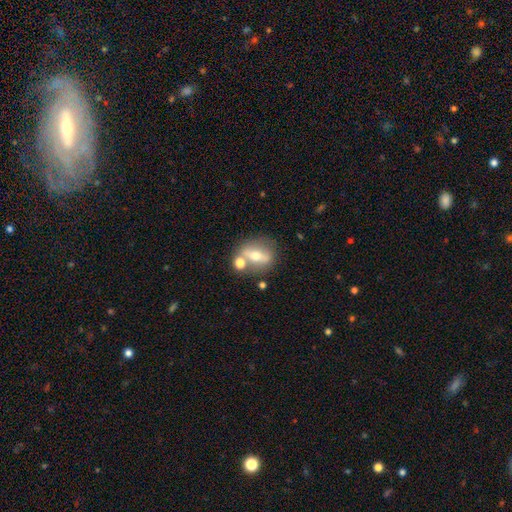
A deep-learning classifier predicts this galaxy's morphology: A featured or disk galaxy (48%).

Vote fractions:
- Smooth or featured? featured or disk: 48% / smooth: 43% / star or artifact: 10%
- Merging? none: 58% / merger: 25% / minor disturbance: 12% / major disturbance: 5%